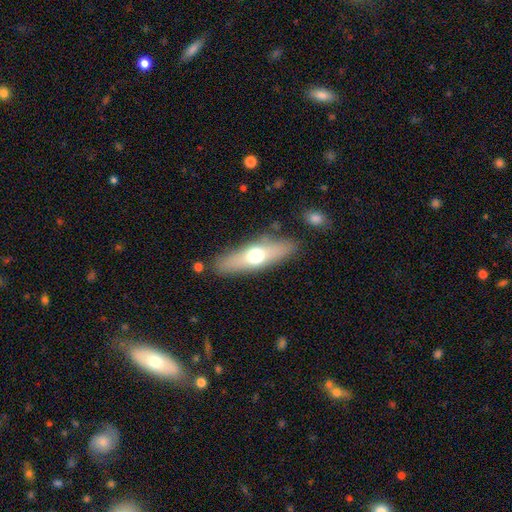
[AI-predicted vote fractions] The model was most divided on "smooth or featured": smooth: 53%, featured or disk: 40%, star or artifact: 7%. More confident: merging — none (85%); how rounded — cigar-shaped (58%).